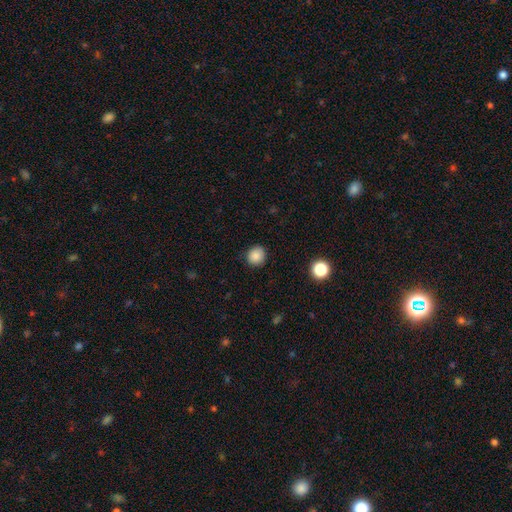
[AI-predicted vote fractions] Smooth or featured? smooth (86%)
How rounded? round (87%)
Merging? none (88%)